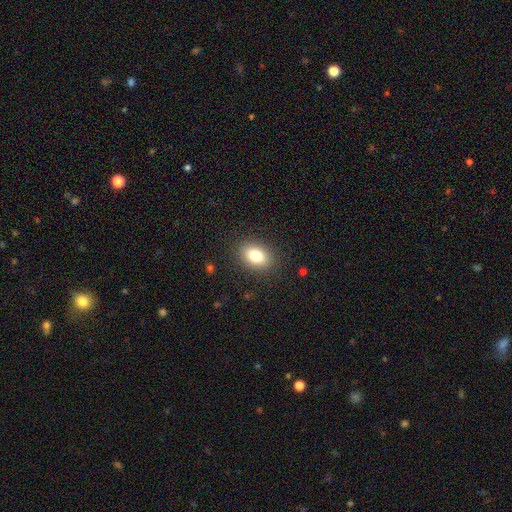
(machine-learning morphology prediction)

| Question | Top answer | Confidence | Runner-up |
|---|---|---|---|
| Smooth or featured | smooth | 82% | star or artifact (9%) |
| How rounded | in between | 80% | round (18%) |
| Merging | none | 87% | minor disturbance (9%) |